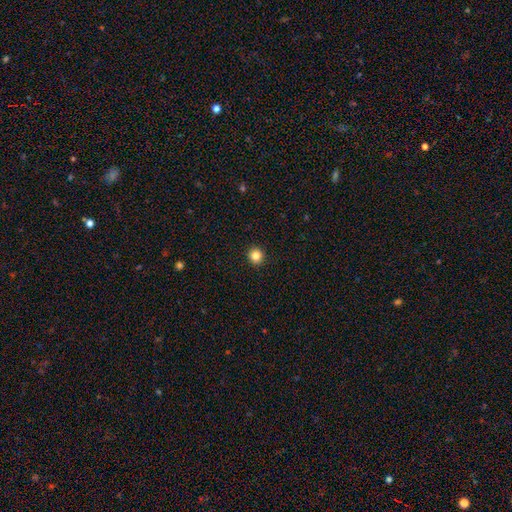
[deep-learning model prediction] Q: Smooth or featured?
A: smooth (84%); runner-up: star or artifact (11%)
Q: How rounded?
A: round (92%); runner-up: in between (7%)
Q: Merging?
A: none (93%); runner-up: minor disturbance (4%)